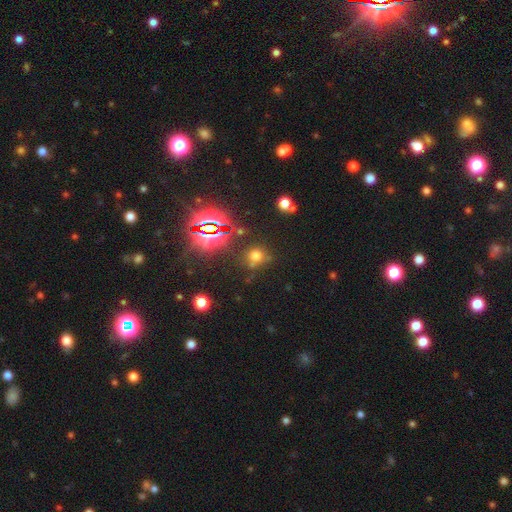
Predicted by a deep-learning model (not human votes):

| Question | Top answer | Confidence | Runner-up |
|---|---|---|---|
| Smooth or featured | smooth | 58% | star or artifact (33%) |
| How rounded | round | 86% | in between (13%) |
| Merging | none | 70% | minor disturbance (13%) |